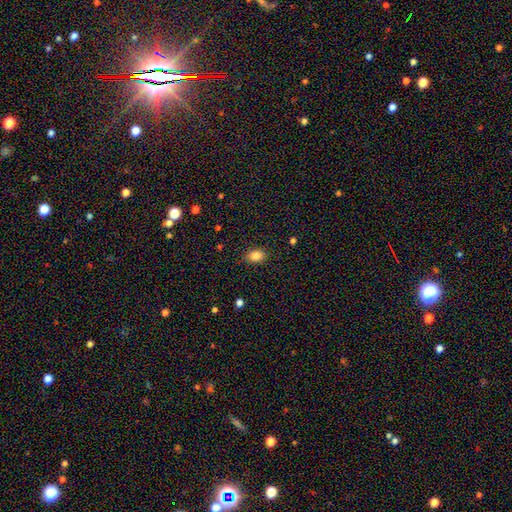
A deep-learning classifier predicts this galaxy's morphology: Smooth or featured: smooth — 85% (star or artifact — 10%)
How rounded: in between — 75% (round — 24%)
Merging: none — 84% (minor disturbance — 12%)